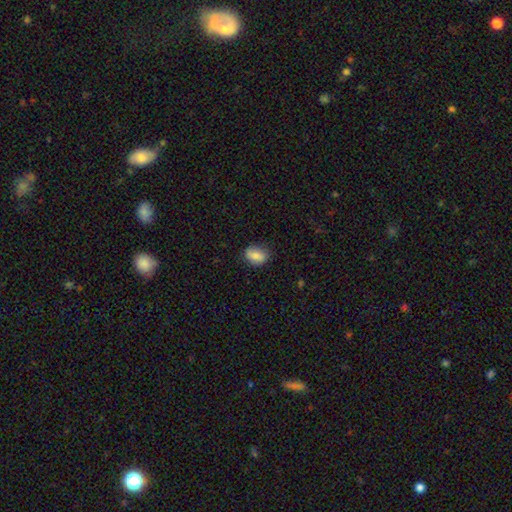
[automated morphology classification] Smooth or featured? smooth (78%)
How rounded? in between (65%)
Merging? none (76%)